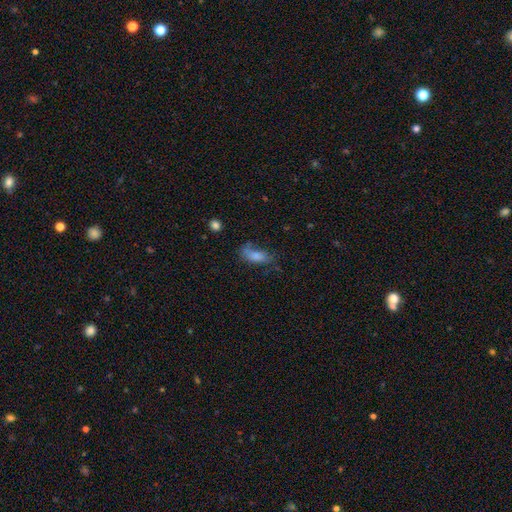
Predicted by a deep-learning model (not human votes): Q: Smooth or featured?
A: smooth (76%); runner-up: featured or disk (14%)
Q: How rounded?
A: in between (82%); runner-up: cigar-shaped (14%)
Q: Merging?
A: none (47%); runner-up: minor disturbance (28%)